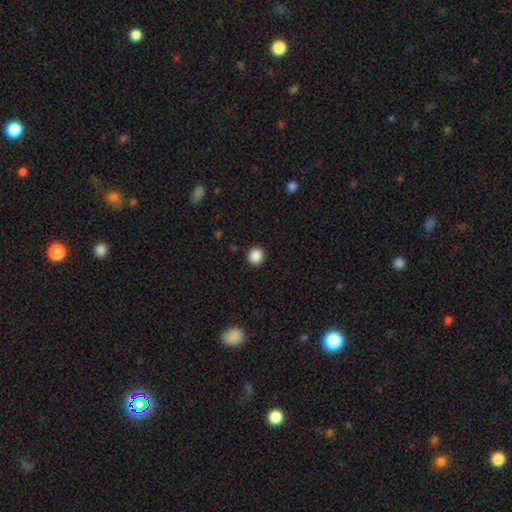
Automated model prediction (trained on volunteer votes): Overall: smooth (88%). How rounded: round (93%). Merging: none (92%).